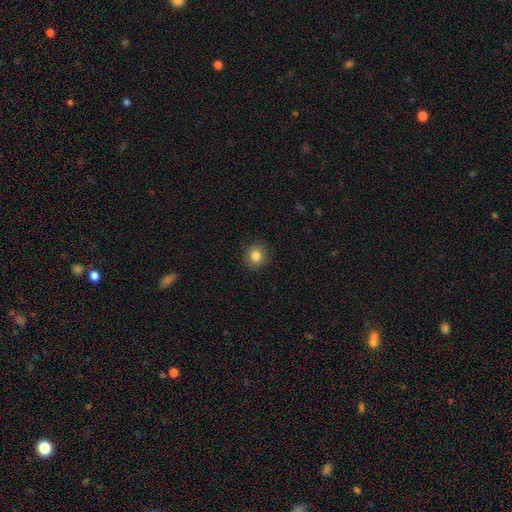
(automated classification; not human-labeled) Overall: smooth (83%). How rounded: round (85%). Merging: none (91%).